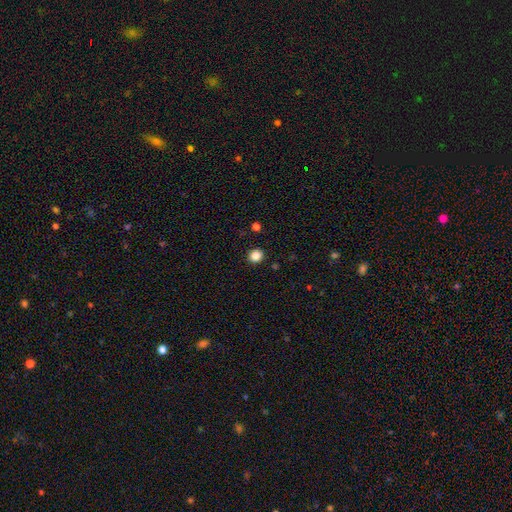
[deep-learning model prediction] smooth_or_featured: smooth (p=0.85) [alt: star or artifact p=0.11]
how_rounded: round (p=0.86) [alt: in between p=0.13]
merging: none (p=0.92) [alt: minor disturbance p=0.05]